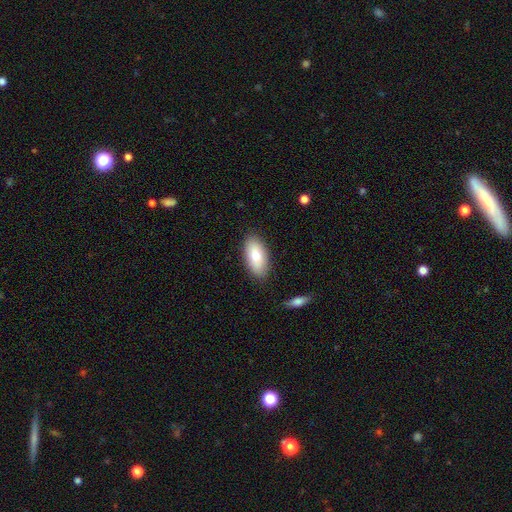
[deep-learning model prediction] smooth_or_featured: smooth (p=0.78) [alt: featured or disk p=0.15]
how_rounded: in between (p=0.92) [alt: cigar-shaped p=0.06]
merging: none (p=0.86) [alt: minor disturbance p=0.10]